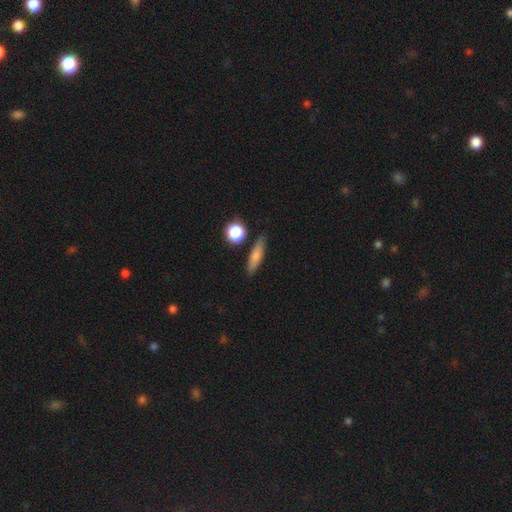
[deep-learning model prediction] A smooth galaxy with no disk features (72%) that is cigar-shaped (67%).

Vote fractions:
- Smooth or featured? smooth: 72% / featured or disk: 20% / star or artifact: 8%
- How rounded? cigar-shaped: 67% / in between: 26% / round: 7%
- Merging? none: 83% / minor disturbance: 11% / merger: 4% / major disturbance: 3%